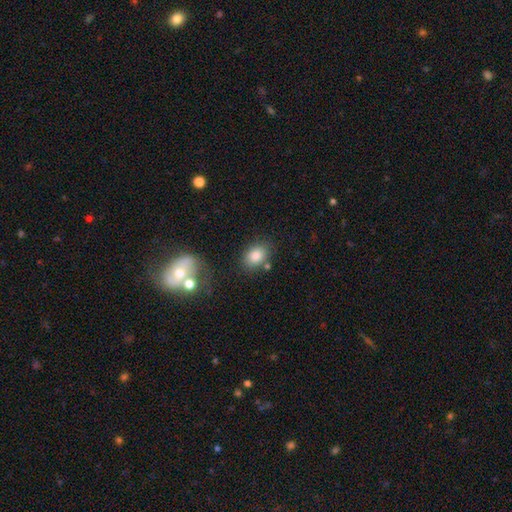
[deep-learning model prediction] smooth 83%, star or artifact 9%, featured or disk 8%. Down the decision tree: how rounded — in between (75%); merging — none (74%).